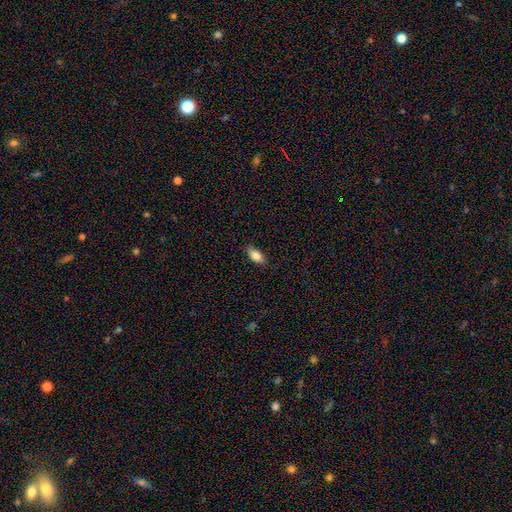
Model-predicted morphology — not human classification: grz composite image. It shows a smooth galaxy with no disk features (85%) that is in between round and cigar-shaped (89%). Merging: none (85%).